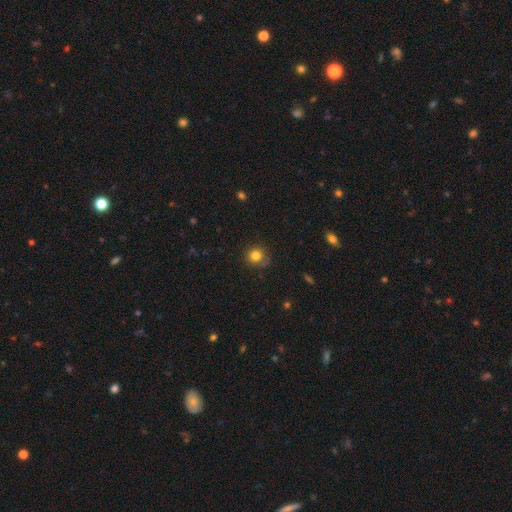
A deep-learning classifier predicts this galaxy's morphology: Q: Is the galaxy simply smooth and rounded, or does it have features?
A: smooth — 81%.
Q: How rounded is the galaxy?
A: round — 88%.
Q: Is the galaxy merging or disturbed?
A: none — 78%.